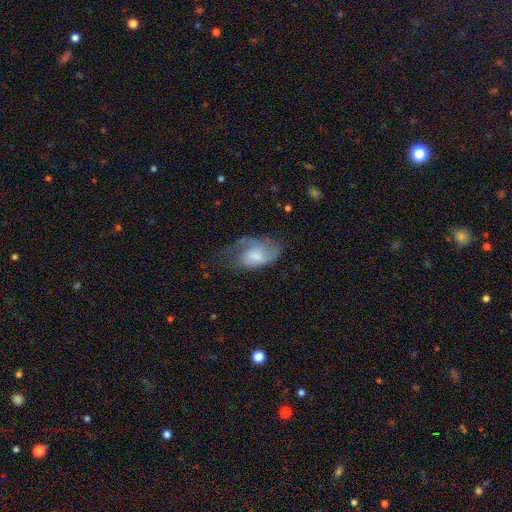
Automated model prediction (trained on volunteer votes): This is possibly a smooth galaxy (48%). Merging: marginally major disturbance (38%).